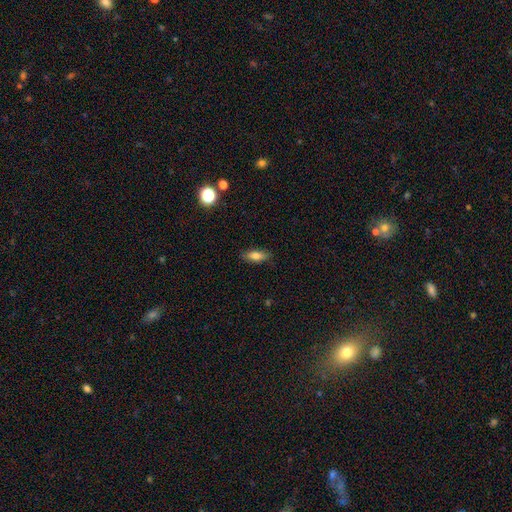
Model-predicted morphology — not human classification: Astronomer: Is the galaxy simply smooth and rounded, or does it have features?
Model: smooth — 76%.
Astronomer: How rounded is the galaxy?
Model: in between — 74%.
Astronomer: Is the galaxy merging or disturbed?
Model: none — 85%.